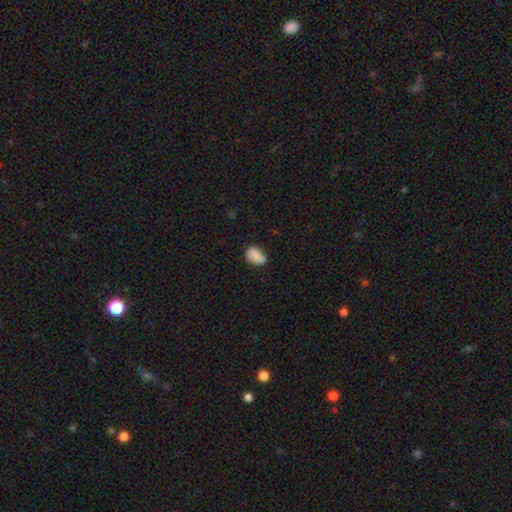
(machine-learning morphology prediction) smooth_or_featured: smooth (p=0.82) [alt: featured or disk p=0.09]
how_rounded: in between (p=0.85) [alt: round p=0.13]
merging: none (p=0.64) [alt: minor disturbance p=0.27]